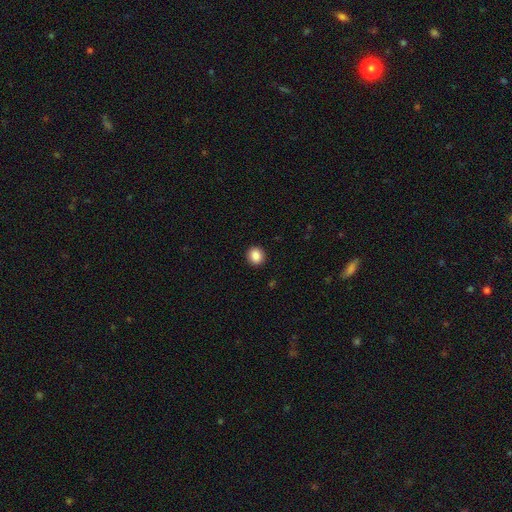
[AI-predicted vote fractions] This appears to be a smooth galaxy with no disk features (87%) that is round (88%). Merging: none (93%).